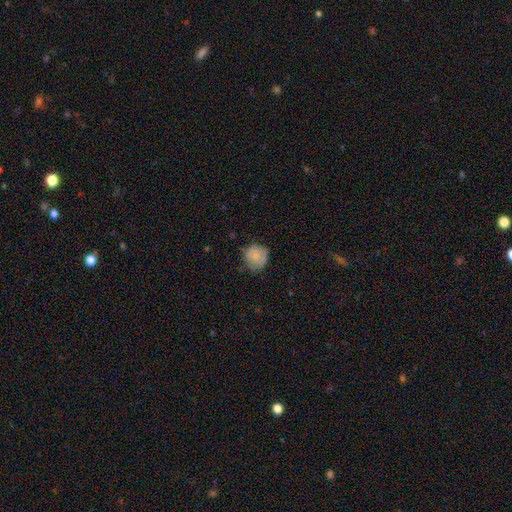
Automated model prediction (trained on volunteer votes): Overall: smooth (79%). How rounded: round (86%). Merging: none (66%; minor disturbance 27%).